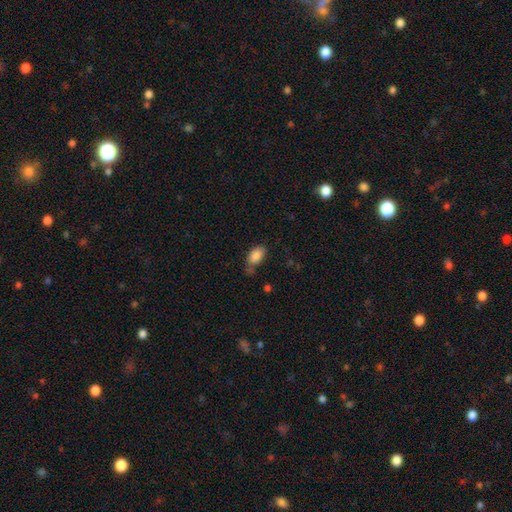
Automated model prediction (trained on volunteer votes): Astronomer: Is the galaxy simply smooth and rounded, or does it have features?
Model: smooth — 87%.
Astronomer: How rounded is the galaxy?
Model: in between — 92%.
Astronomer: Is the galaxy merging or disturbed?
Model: none — 58%.